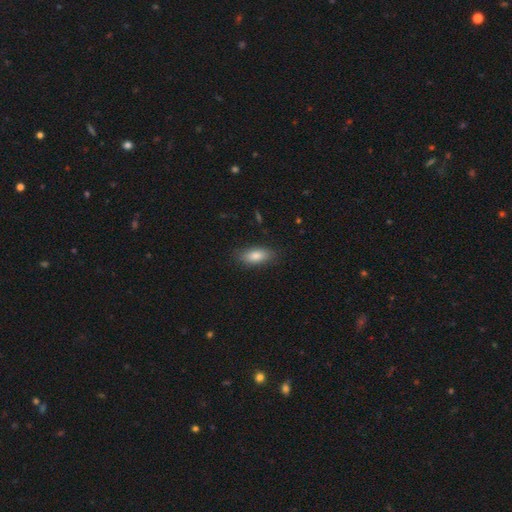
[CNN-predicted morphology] The model was most divided on "merging": none: 84%, minor disturbance: 12%, major disturbance: 3%, merger: 1%. More confident: how rounded — in between (85%); smooth or featured — smooth (83%).